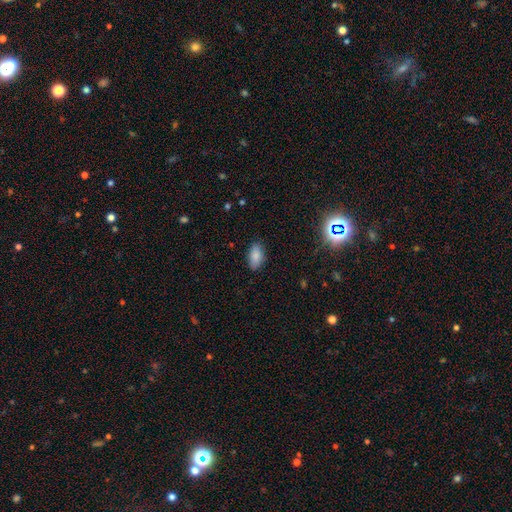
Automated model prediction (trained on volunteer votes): Smooth or featured? Predicted: smooth (p=0.85). How rounded? Predicted: in between (p=0.91). Merging? Predicted: none (p=0.85).